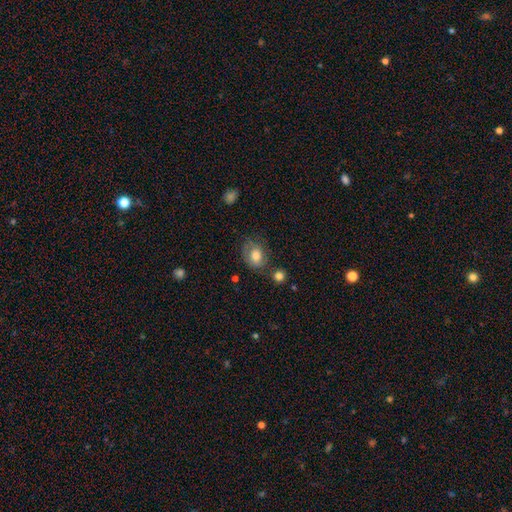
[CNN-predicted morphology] smooth 68%, featured or disk 24%, star or artifact 8%. Down the decision tree: how rounded — in between (58%); merging — none (59%).